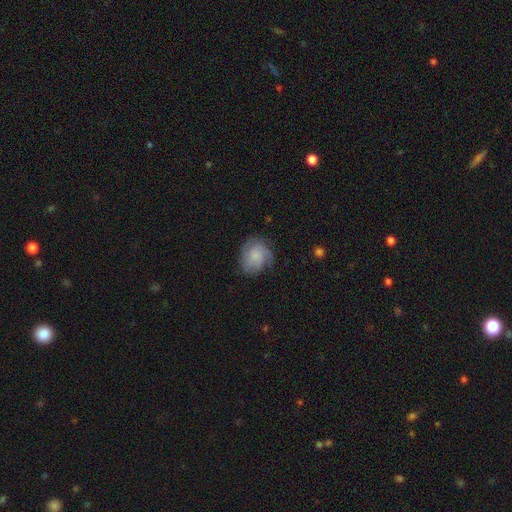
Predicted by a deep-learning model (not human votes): Q: Smooth or featured?
A: featured or disk (52%); runner-up: smooth (40%)
Q: Edge-on disk?
A: no (98%); runner-up: yes (2%)
Q: Bar?
A: no (75%); runner-up: weak (23%)
Q: Spiral arms?
A: yes (88%); runner-up: no (12%)
Q: Bulge size?
A: small (40%); runner-up: none (27%)
Q: Merging?
A: none (67%); runner-up: minor disturbance (21%)